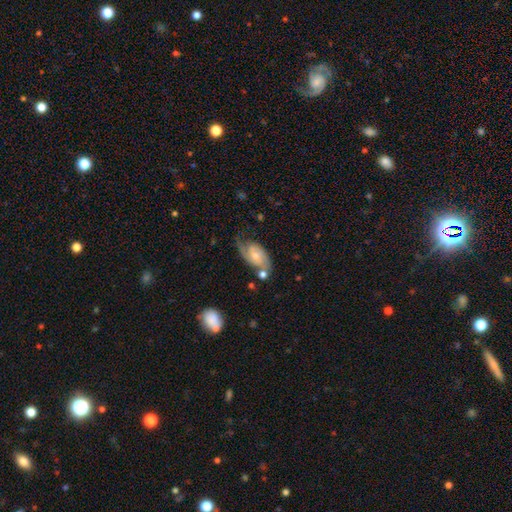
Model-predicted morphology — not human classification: type=featured or disk (65%); edge-on=no (95%); bar=no (65%); spiral arms=yes (88%); winding=medium (43%); arm count=2 (63%); bulge=moderate (46%); merging=none (45%).